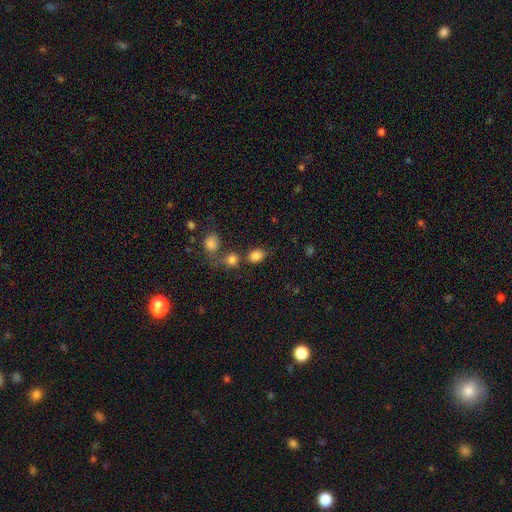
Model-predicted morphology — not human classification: Smooth or featured?
  - smooth: 83% *
  - star or artifact: 12%
  - featured or disk: 5%
How rounded?
  - in between: 62% *
  - round: 36%
  - cigar-shaped: 1%
Merging?
  - none: 64% *
  - merger: 17%
  - minor disturbance: 13%
  - major disturbance: 5%